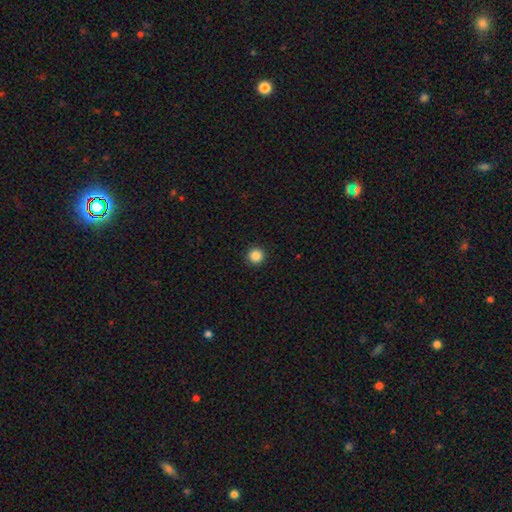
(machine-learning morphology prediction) type=smooth (86%); roundness=round (96%); merging=none (93%).